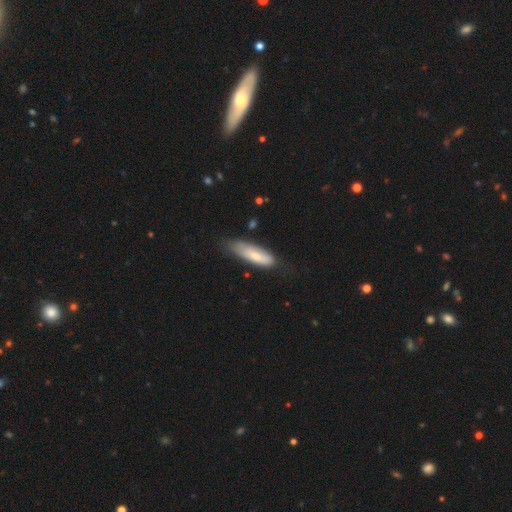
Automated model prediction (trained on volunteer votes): Smooth or featured? smooth (73%)
How rounded? cigar-shaped (50%)
Merging? none (59%)